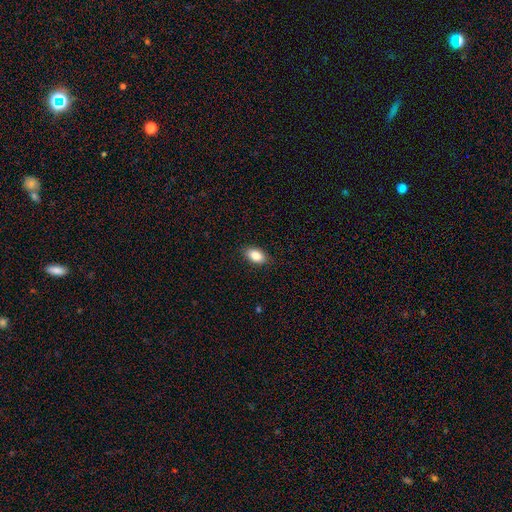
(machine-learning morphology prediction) Q: Smooth or featured?
A: smooth (86%); runner-up: star or artifact (8%)
Q: How rounded?
A: in between (91%); runner-up: round (6%)
Q: Merging?
A: none (88%); runner-up: minor disturbance (9%)